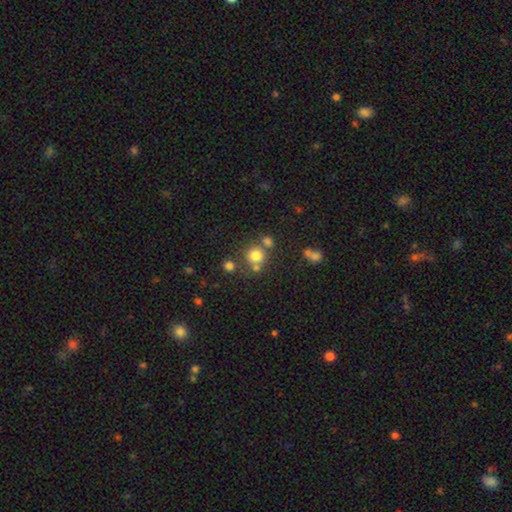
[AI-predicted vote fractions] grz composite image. It shows a smooth galaxy with no disk features (75%) that is round (89%). Merging: none (65%).